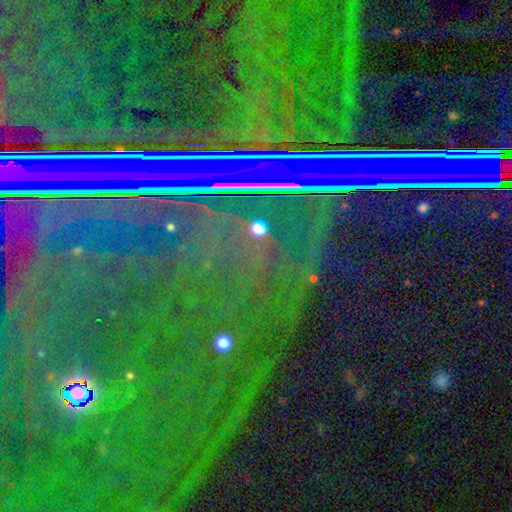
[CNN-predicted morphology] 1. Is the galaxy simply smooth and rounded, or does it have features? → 88% star or artifact, 7% featured or disk, 6% smooth.